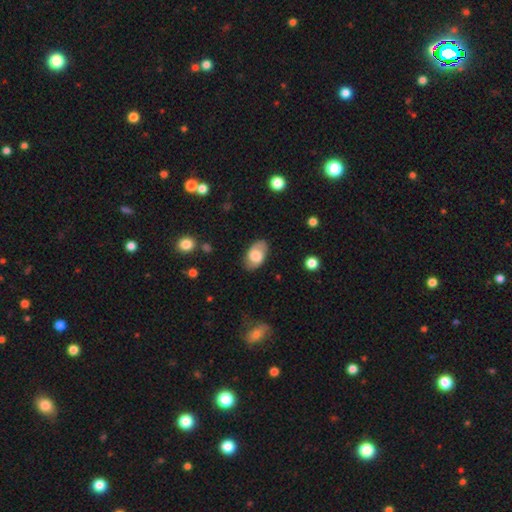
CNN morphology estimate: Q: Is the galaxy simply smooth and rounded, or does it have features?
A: smooth — 68%.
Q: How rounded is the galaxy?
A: in between — 92%.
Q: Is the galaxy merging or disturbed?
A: none — 79%.